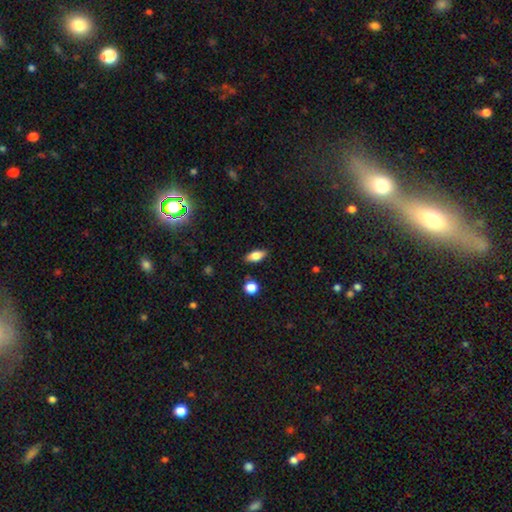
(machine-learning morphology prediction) A smooth galaxy with no disk features (77%) that is in between round and cigar-shaped (83%). Merging: none (86%).